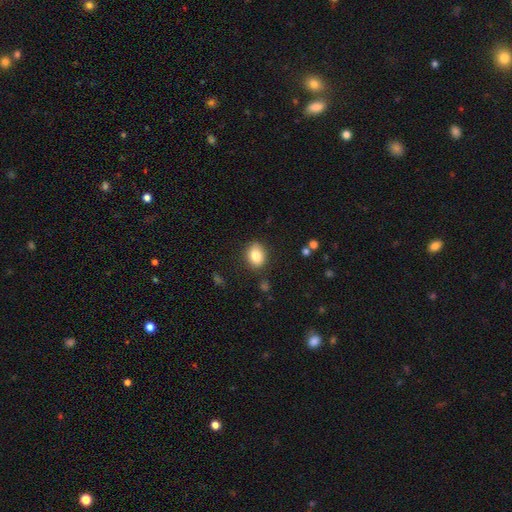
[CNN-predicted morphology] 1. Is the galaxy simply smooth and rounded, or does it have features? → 84% smooth, 9% star or artifact, 8% featured or disk.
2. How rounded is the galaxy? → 59% in between, 40% round, 1% cigar-shaped.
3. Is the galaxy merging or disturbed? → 84% none, 11% minor disturbance, 3% major disturbance, 2% merger.